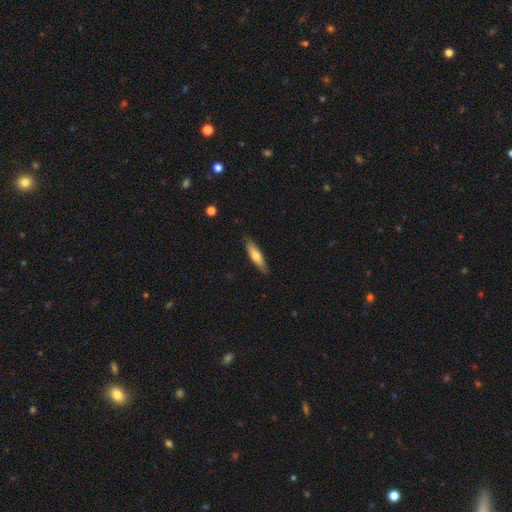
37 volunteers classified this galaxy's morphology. Smooth or featured? 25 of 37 (68%) said smooth. How rounded? 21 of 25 (84%) said cigar-shaped. Merging? 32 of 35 (91%) said none.